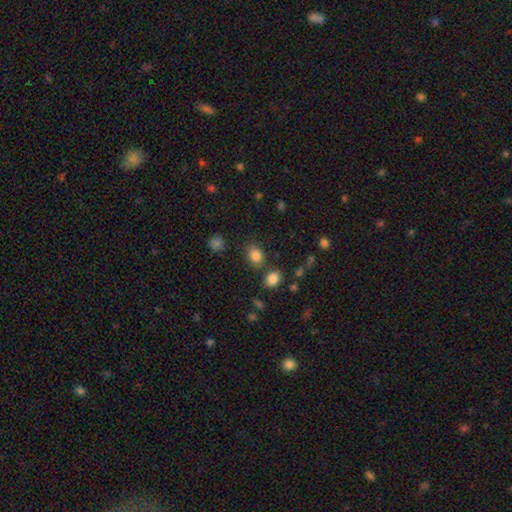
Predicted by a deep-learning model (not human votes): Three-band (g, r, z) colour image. It shows a smooth galaxy with no disk features (83%) that is in between round and cigar-shaped (54%). Merging: none (74%).